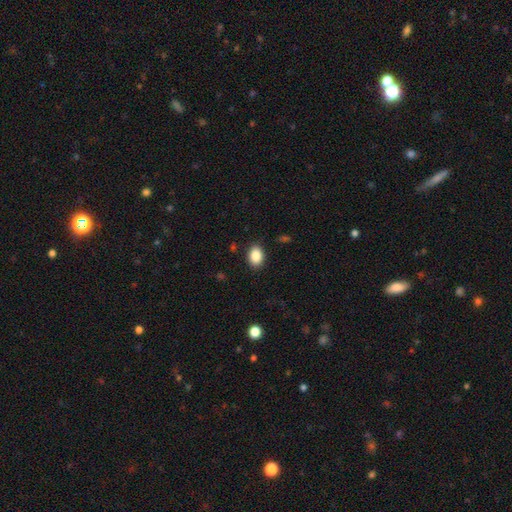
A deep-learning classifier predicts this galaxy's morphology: smooth 87%, star or artifact 8%, featured or disk 4%. Down the decision tree: how rounded — in between (75%); merging — none (88%).